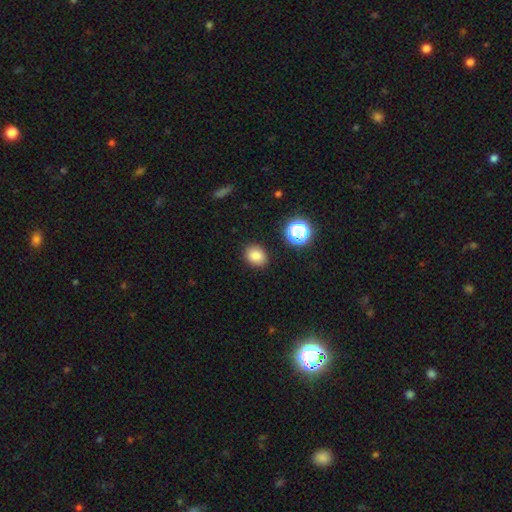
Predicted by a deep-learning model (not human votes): This appears to be a smooth galaxy with no disk features (82%) that is in between round and cigar-shaped (52%). Merging: none (86%).